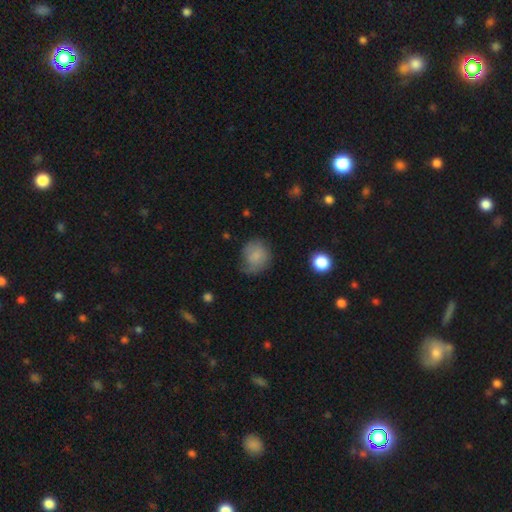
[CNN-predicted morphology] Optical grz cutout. It shows a smooth galaxy with no disk features (67%) that is round (75%). Merging: none (51%).